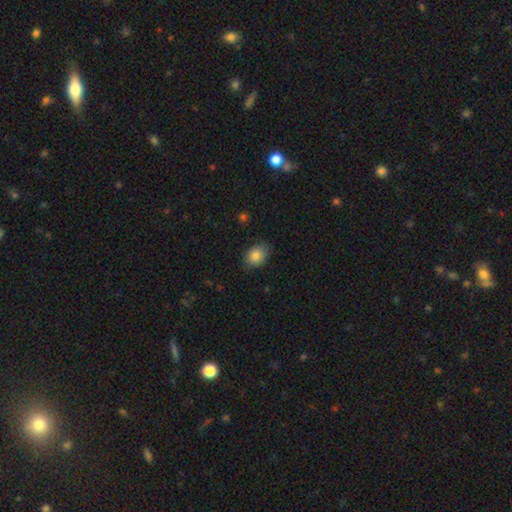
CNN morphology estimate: The model was most divided on "how rounded": in between: 60%, round: 39%, cigar-shaped: 1%. More confident: smooth or featured — smooth (84%); merging — none (78%).